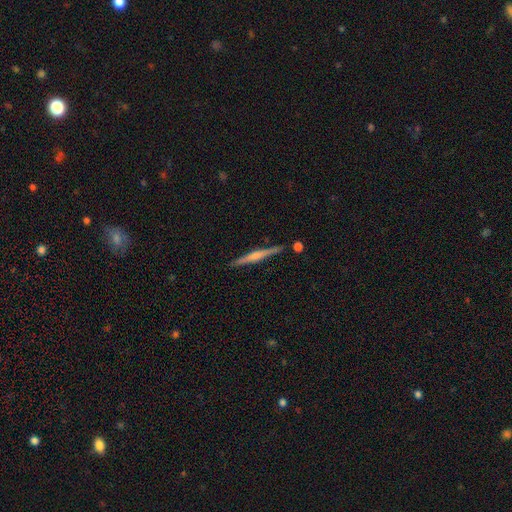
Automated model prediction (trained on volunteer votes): Smooth or featured: featured or disk — 67% (smooth — 27%)
Edge-on disk: yes — 98% (no — 2%)
Edge-on bulge: rounded — 69% (none — 16%)
Merging: none — 88% (minor disturbance — 8%)